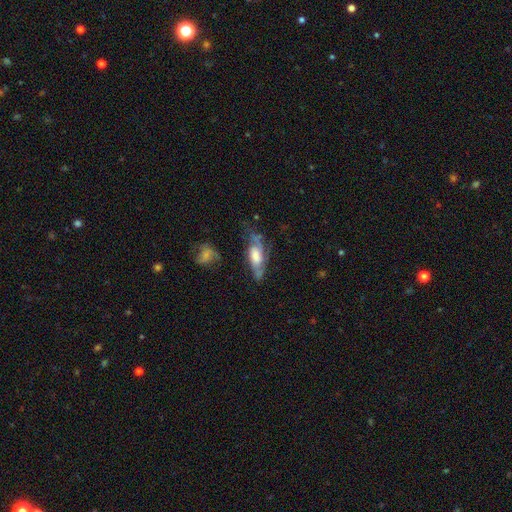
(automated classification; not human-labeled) Smooth or featured?
  - featured or disk: 54% *
  - smooth: 38%
  - star or artifact: 8%
Edge-on disk?
  - no: 69% *
  - yes: 31%
Merging?
  - none: 46% *
  - minor disturbance: 29%
  - major disturbance: 21%
  - merger: 4%